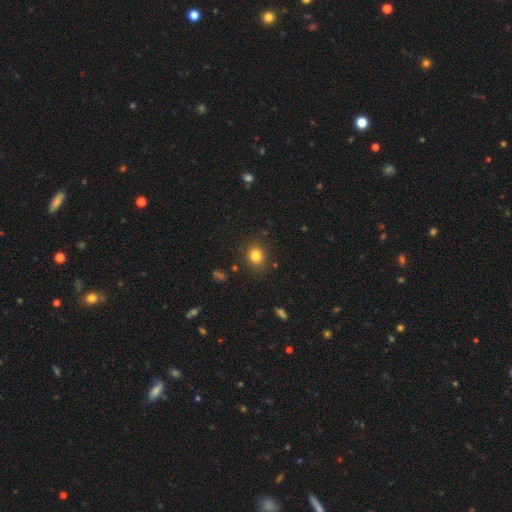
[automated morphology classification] Smooth or featured? smooth (82%)
How rounded? round (76%)
Merging? none (85%)